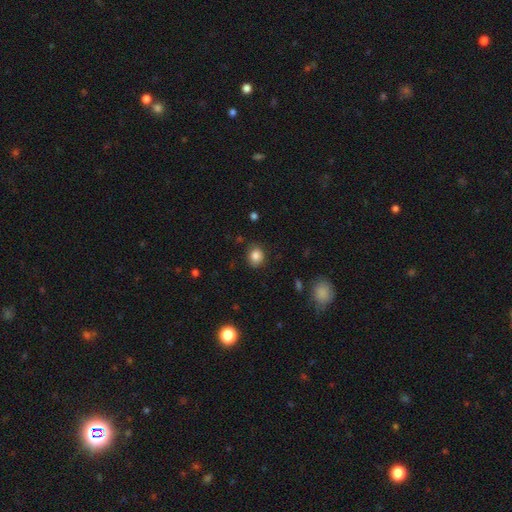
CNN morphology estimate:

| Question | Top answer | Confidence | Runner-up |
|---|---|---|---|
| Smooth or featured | smooth | 84% | star or artifact (10%) |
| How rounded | round | 75% | in between (24%) |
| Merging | none | 80% | minor disturbance (15%) |